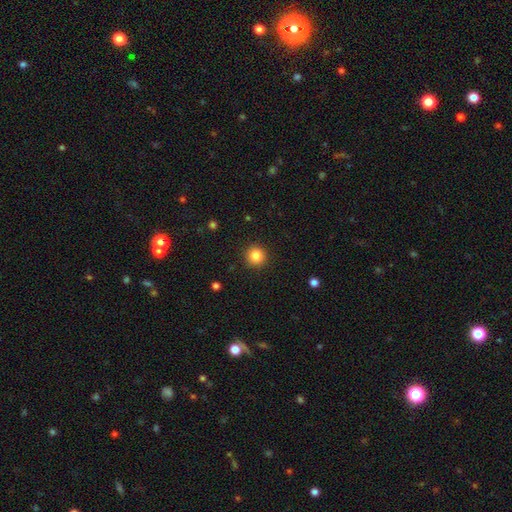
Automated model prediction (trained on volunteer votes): Q: Smooth or featured?
A: smooth (85%); runner-up: star or artifact (11%)
Q: How rounded?
A: round (94%); runner-up: in between (5%)
Q: Merging?
A: none (92%); runner-up: minor disturbance (5%)